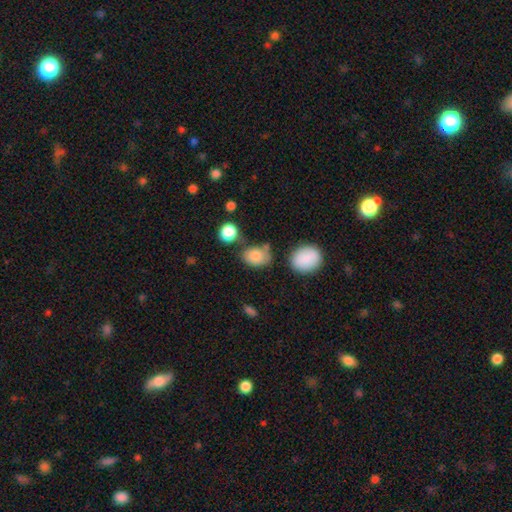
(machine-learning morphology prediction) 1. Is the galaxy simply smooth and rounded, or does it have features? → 82% smooth, 10% star or artifact, 8% featured or disk.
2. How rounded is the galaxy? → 61% in between, 37% round, 1% cigar-shaped.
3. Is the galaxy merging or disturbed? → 56% none, 24% minor disturbance, 12% merger, 8% major disturbance.